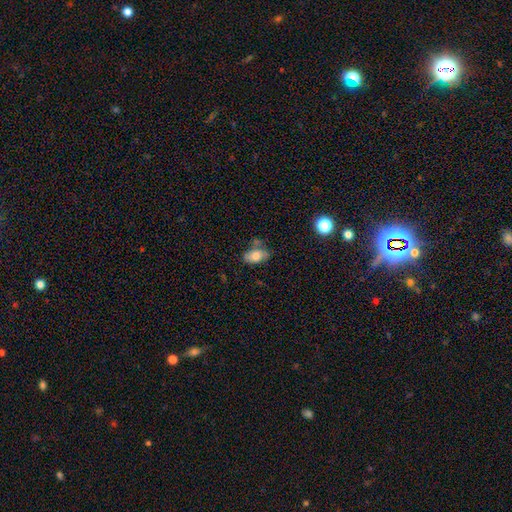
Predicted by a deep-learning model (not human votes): smooth-or-featured: smooth: 76% | featured or disk: 16% | star or artifact: 8%
  how-rounded: in between: 90% | round: 8% | cigar-shaped: 2%
  merging: none: 55% | minor disturbance: 25% | merger: 14% | major disturbance: 7%